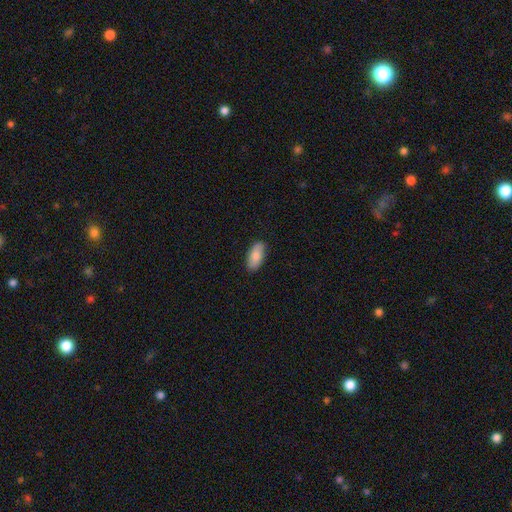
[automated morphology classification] A smooth galaxy with no disk features (81%) that is in between round and cigar-shaped (91%).

Vote fractions:
- Smooth or featured? smooth: 81% / featured or disk: 13% / star or artifact: 6%
- How rounded? in between: 91% / cigar-shaped: 6% / round: 2%
- Merging? none: 87% / minor disturbance: 10% / major disturbance: 2% / merger: 1%